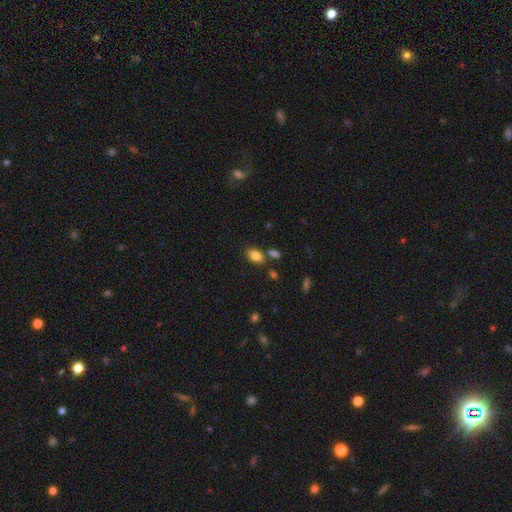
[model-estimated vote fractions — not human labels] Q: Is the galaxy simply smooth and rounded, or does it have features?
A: smooth — 83%.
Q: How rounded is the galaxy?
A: in between — 89%.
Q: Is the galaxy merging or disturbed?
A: none — 73%.